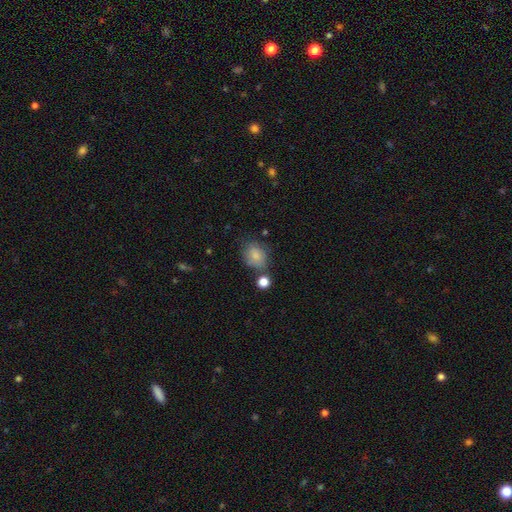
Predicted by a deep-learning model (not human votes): A smooth galaxy with no disk features (80%) that is in between round and cigar-shaped (54%).

Vote fractions:
- Smooth or featured? smooth: 80% / featured or disk: 10% / star or artifact: 9%
- How rounded? in between: 54% / round: 45% / cigar-shaped: 1%
- Merging? none: 60% / minor disturbance: 23% / merger: 9% / major disturbance: 8%